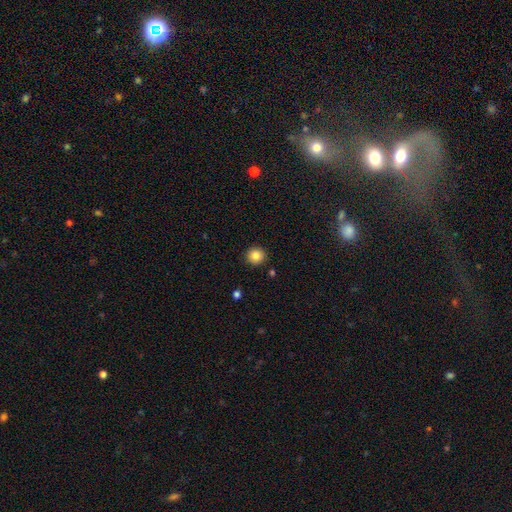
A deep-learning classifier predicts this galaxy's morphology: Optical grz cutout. It shows a smooth galaxy with no disk features (85%) that is round (92%). Merging: none (91%).